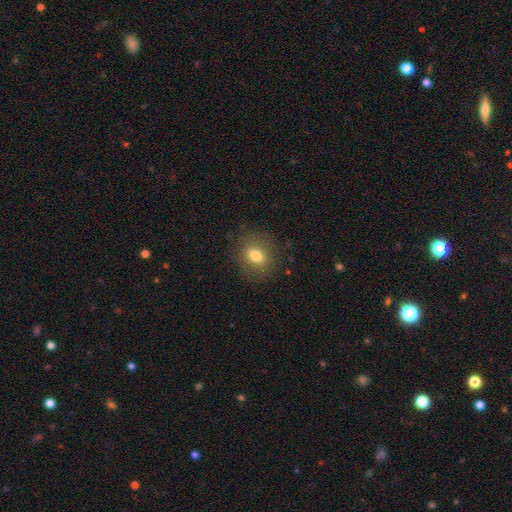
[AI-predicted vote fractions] Smooth or featured?
  - smooth: 75% *
  - featured or disk: 15%
  - star or artifact: 10%
How rounded?
  - in between: 59% *
  - round: 39%
  - cigar-shaped: 2%
Merging?
  - none: 83% *
  - minor disturbance: 11%
  - major disturbance: 4%
  - merger: 1%